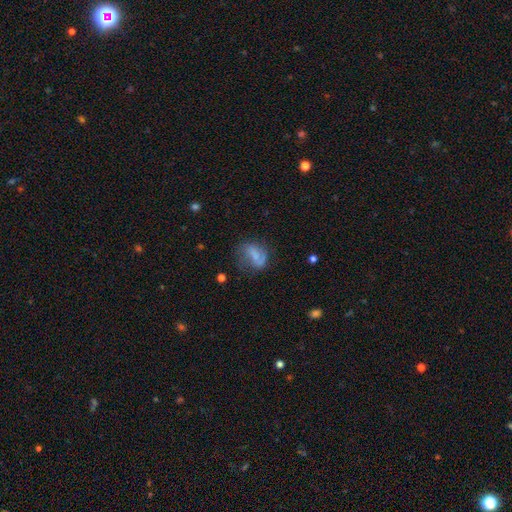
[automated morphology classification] The model was most divided on "smooth or featured": smooth: 46%, featured or disk: 45%, star or artifact: 10%. Remaining: merging — none (43%).